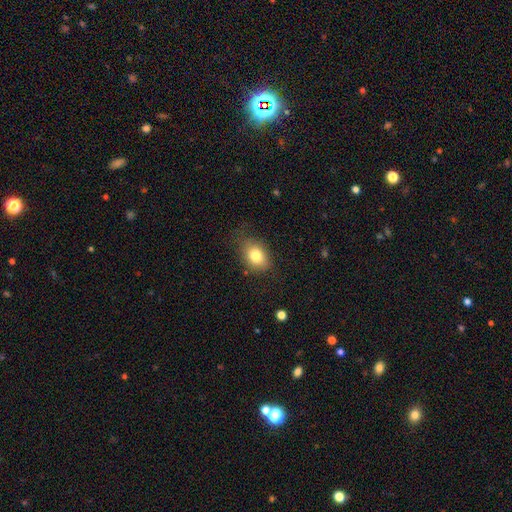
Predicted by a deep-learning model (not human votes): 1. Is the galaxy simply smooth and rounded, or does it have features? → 80% smooth, 11% featured or disk, 10% star or artifact.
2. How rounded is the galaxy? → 71% in between, 28% round, 1% cigar-shaped.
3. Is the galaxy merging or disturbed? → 74% none, 19% minor disturbance, 6% major disturbance, 1% merger.